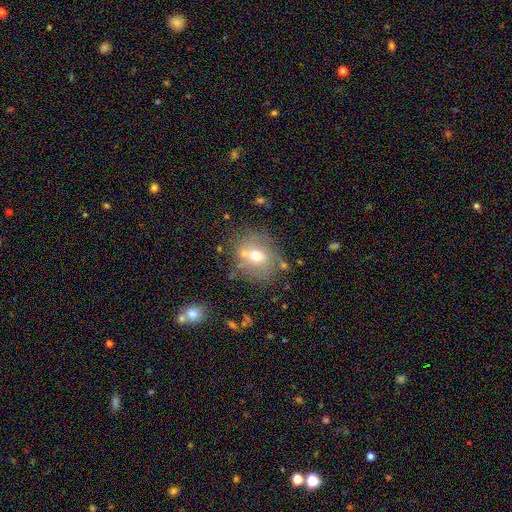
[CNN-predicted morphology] smooth_or_featured: smooth (p=0.52) [alt: featured or disk p=0.33]
how_rounded: round (p=0.73) [alt: in between p=0.26]
merging: none (p=0.69) [alt: minor disturbance p=0.17]